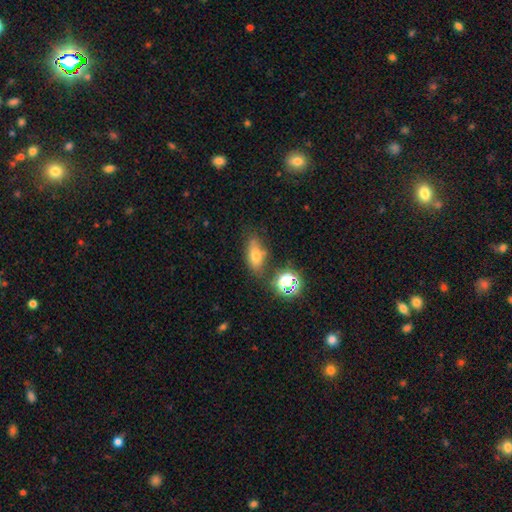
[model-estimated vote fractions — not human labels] Q: Smooth or featured?
A: smooth (65%); runner-up: featured or disk (18%)
Q: How rounded?
A: in between (75%); runner-up: cigar-shaped (13%)
Q: Merging?
A: none (68%); runner-up: minor disturbance (18%)